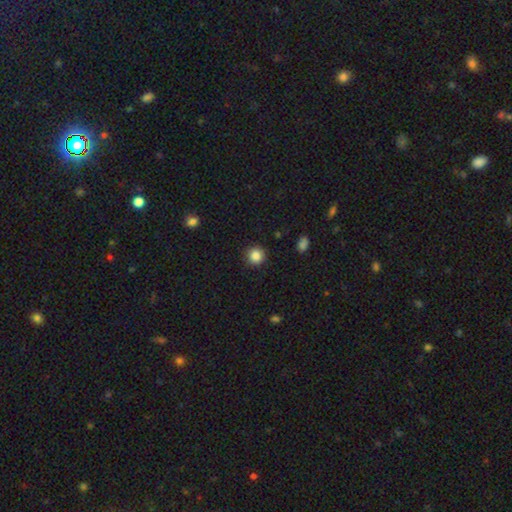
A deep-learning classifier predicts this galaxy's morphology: The model was most divided on "smooth or featured": smooth: 85%, star or artifact: 10%, featured or disk: 4%. More confident: how rounded — round (94%); merging — none (91%).